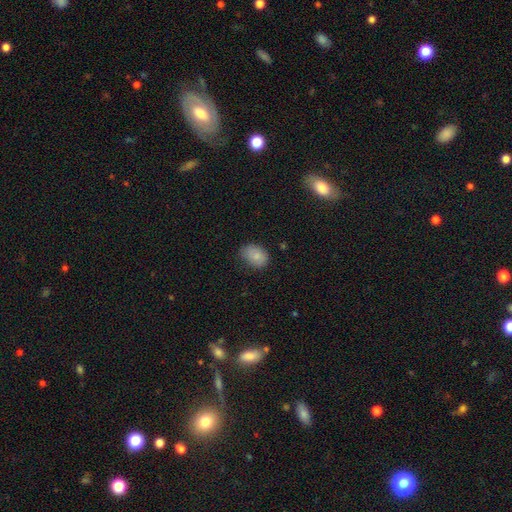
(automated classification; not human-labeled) smooth-or-featured: smooth: 84% | featured or disk: 8% | star or artifact: 8%
  how-rounded: in between: 75% | round: 24% | cigar-shaped: 1%
  merging: none: 66% | minor disturbance: 27% | major disturbance: 6% | merger: 1%